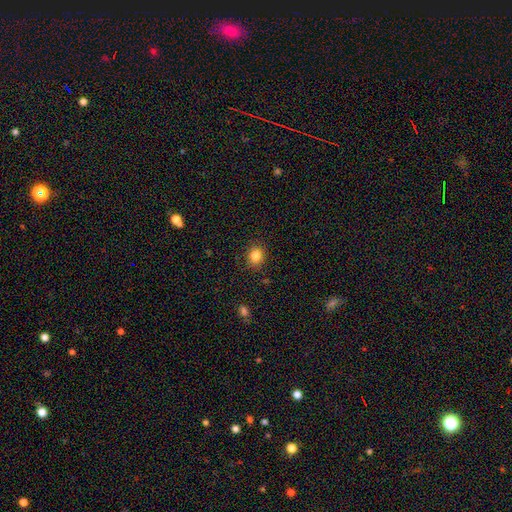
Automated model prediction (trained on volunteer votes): Q: Smooth or featured?
A: smooth (83%); runner-up: star or artifact (11%)
Q: How rounded?
A: round (70%); runner-up: in between (30%)
Q: Merging?
A: none (88%); runner-up: minor disturbance (8%)